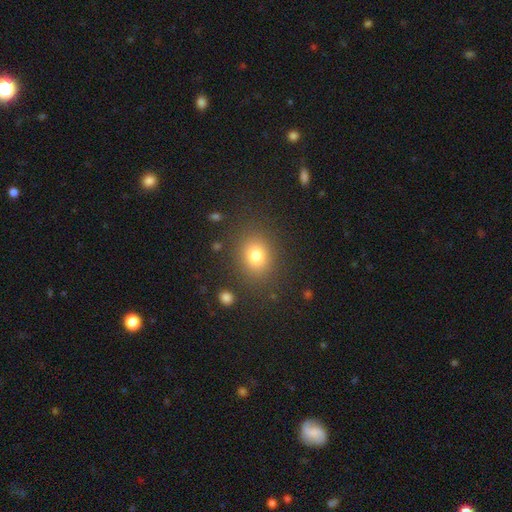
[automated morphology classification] Smooth or featured: smooth — 78% (star or artifact — 13%)
How rounded: round — 58% (in between — 42%)
Merging: none — 84% (minor disturbance — 10%)